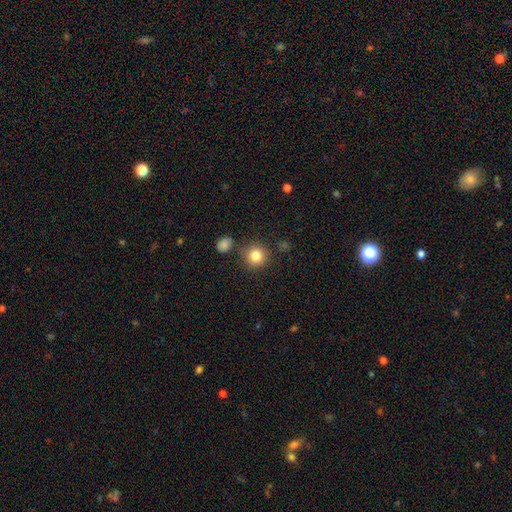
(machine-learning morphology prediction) Overall: smooth (84%). How rounded: round (92%). Merging: none (83%).